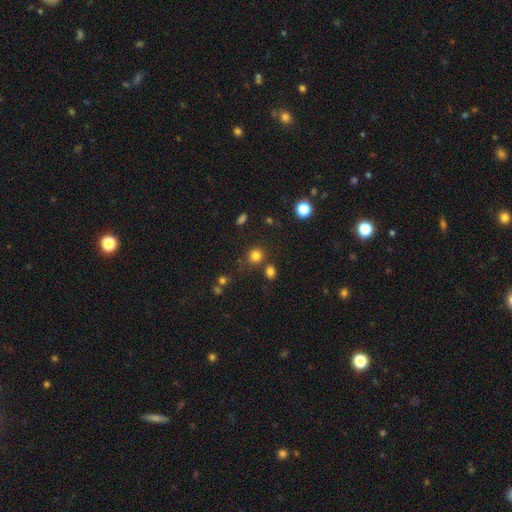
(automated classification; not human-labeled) smooth 79%, star or artifact 16%, featured or disk 6%. Down the decision tree: how rounded — round (84%); merging — none (73%).